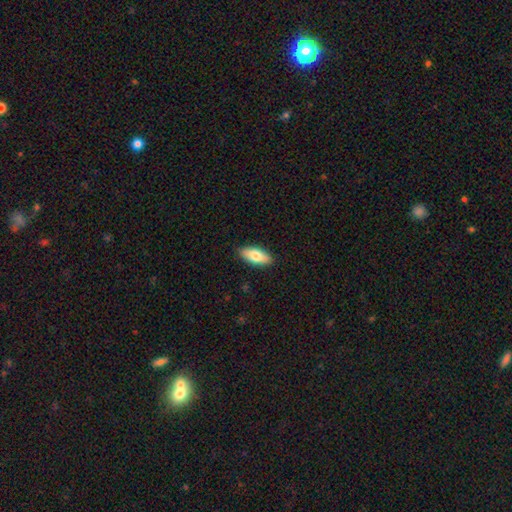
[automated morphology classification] This is likely a smooth galaxy (78%). How rounded: clearly in between (83%). Merging: clearly none (89%).